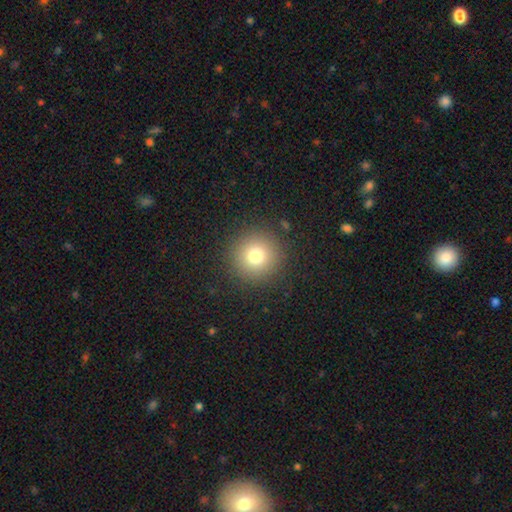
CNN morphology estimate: A smooth galaxy with no disk features (77%) that is round (95%). Merging: none (90%).